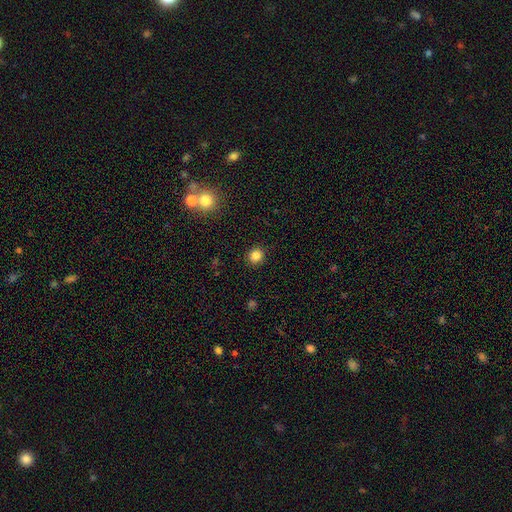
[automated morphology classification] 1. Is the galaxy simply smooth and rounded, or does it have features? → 84% smooth, 12% star or artifact, 4% featured or disk.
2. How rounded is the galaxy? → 87% round, 12% in between, 1% cigar-shaped.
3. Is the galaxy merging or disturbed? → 91% none, 6% minor disturbance, 2% major disturbance, 1% merger.